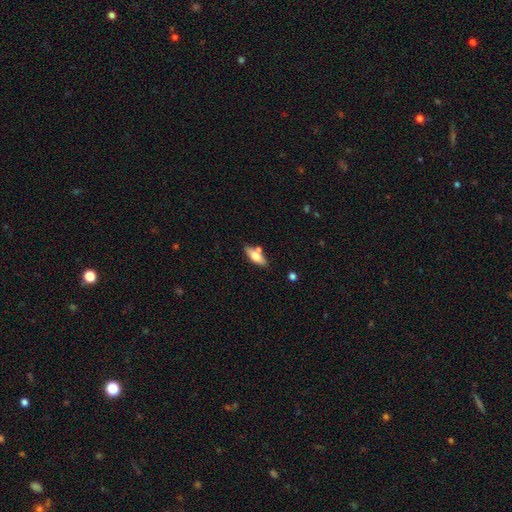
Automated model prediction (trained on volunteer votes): This is likely a smooth galaxy (64%). How rounded: likely in between (68%). Merging: likely none (70%).